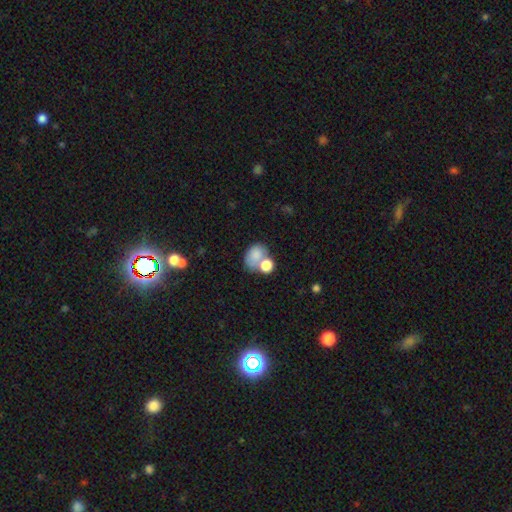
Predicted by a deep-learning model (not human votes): smooth_or_featured: smooth (p=0.77) [alt: featured or disk p=0.13]
how_rounded: in between (p=0.55) [alt: round p=0.44]
merging: merger (p=0.47) [alt: none p=0.32]